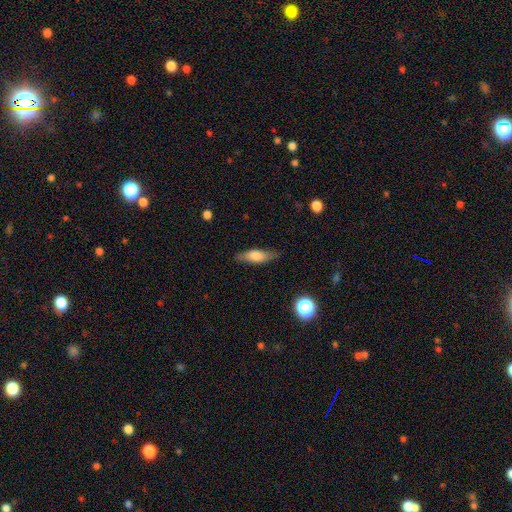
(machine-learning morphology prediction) smooth_or_featured: smooth (p=0.64) [alt: featured or disk p=0.29]
how_rounded: in between (p=0.51) [alt: cigar-shaped p=0.46]
merging: none (p=0.80) [alt: minor disturbance p=0.15]